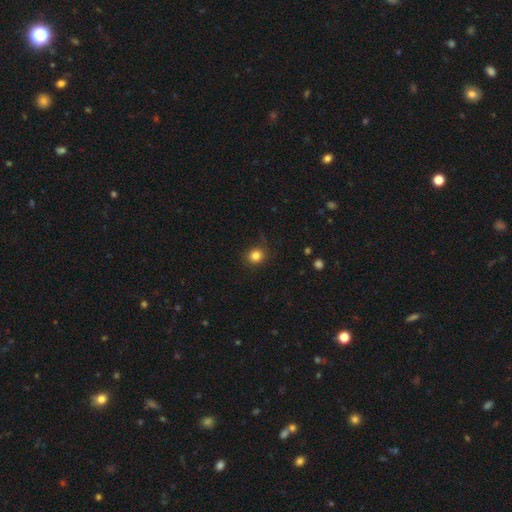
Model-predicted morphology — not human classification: smooth_or_featured: smooth (p=0.83) [alt: star or artifact p=0.12]
how_rounded: round (p=0.83) [alt: in between p=0.16]
merging: none (p=0.85) [alt: minor disturbance p=0.11]